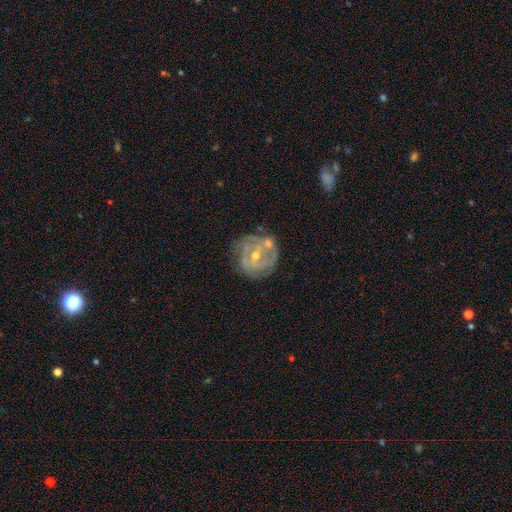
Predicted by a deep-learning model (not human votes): smooth_or_featured: featured or disk (p=0.80) [alt: smooth p=0.12]
disk_edge_on: no (p=0.97) [alt: yes p=0.03]
bar: weak (p=0.43) [alt: no p=0.41]
has_spiral_arms: yes (p=0.86) [alt: no p=0.14]
spiral_winding: tight (p=0.62) [alt: medium p=0.29]
spiral_arm_count: can't tell (p=0.32) [alt: 2 p=0.30]
bulge_size: small (p=0.52) [alt: moderate p=0.45]
merging: none (p=0.66) [alt: minor disturbance p=0.18]